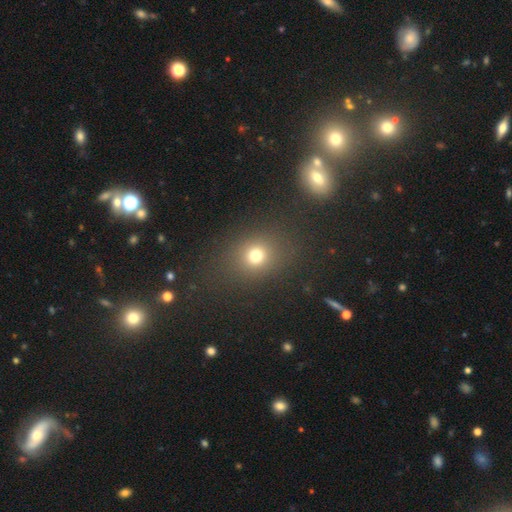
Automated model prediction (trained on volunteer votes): Smooth or featured?
  - smooth: 73% *
  - star or artifact: 18%
  - featured or disk: 8%
How rounded?
  - round: 65% *
  - in between: 33%
  - cigar-shaped: 1%
Merging?
  - none: 81% *
  - minor disturbance: 10%
  - major disturbance: 6%
  - merger: 3%